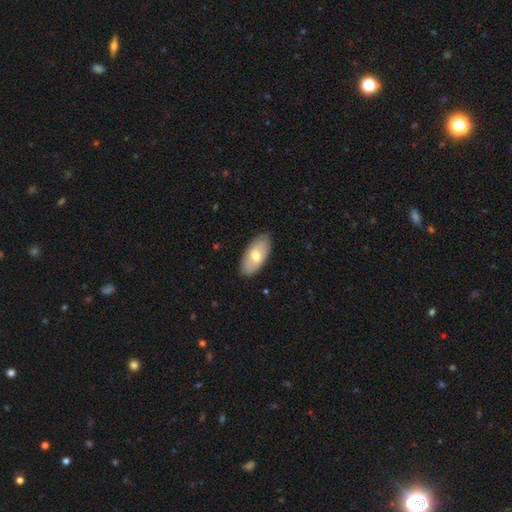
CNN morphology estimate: Q: Smooth or featured?
A: smooth (64%); runner-up: featured or disk (31%)
Q: How rounded?
A: in between (92%); runner-up: cigar-shaped (5%)
Q: Merging?
A: none (85%); runner-up: minor disturbance (12%)